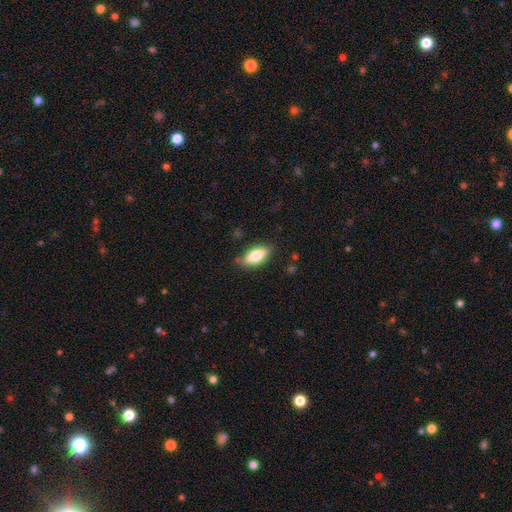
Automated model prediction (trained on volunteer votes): A smooth galaxy with no disk features (72%) that is in between round and cigar-shaped (80%). Merging: none (81%).